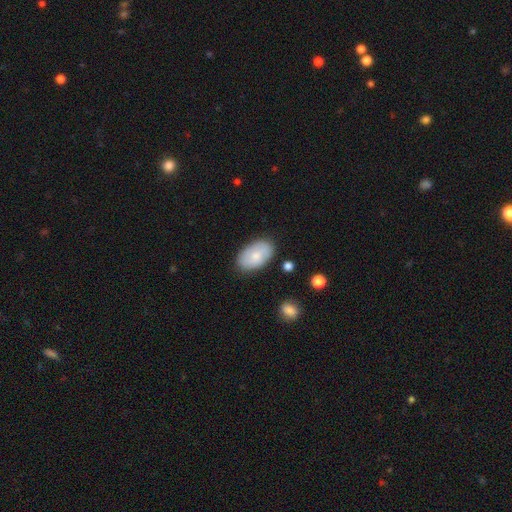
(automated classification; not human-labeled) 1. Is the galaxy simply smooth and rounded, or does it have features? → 72% smooth, 22% featured or disk, 6% star or artifact.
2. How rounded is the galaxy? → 93% in between, 6% round, 1% cigar-shaped.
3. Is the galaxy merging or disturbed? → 81% none, 14% minor disturbance, 3% major disturbance, 2% merger.